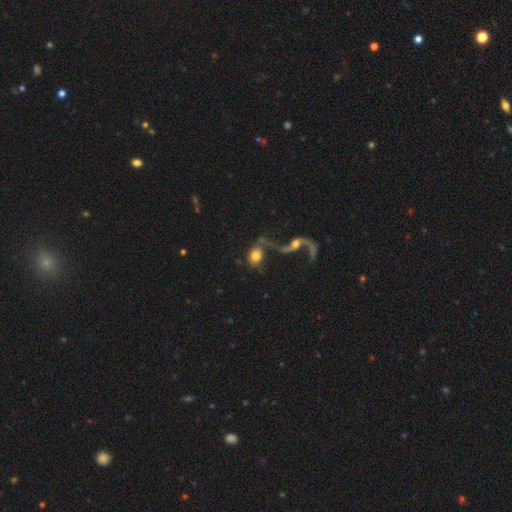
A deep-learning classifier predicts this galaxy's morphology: type=smooth (63%); roundness=in between (52%); merging=merger (39%).